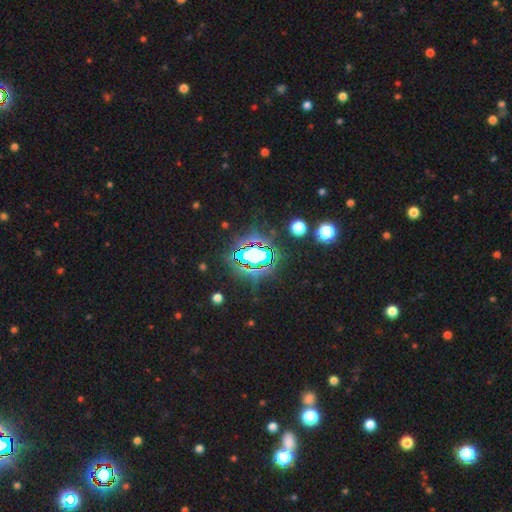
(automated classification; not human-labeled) The model was most divided on "smooth or featured": star or artifact: 70%, smooth: 17%, featured or disk: 13%.